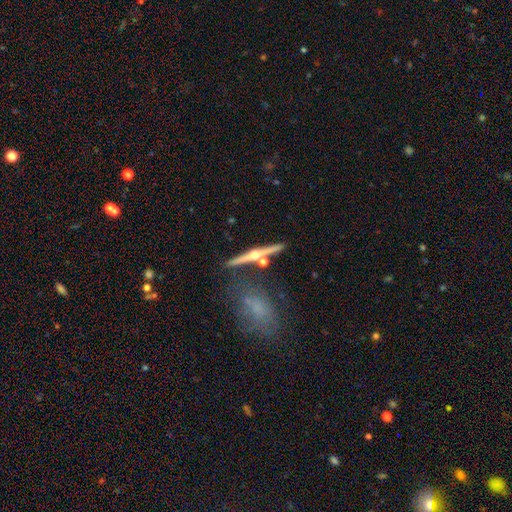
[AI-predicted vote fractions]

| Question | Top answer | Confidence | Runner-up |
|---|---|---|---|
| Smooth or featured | featured or disk | 74% | smooth (18%) |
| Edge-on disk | yes | 96% | no (4%) |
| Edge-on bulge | rounded | 93% | none (4%) |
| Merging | none | 78% | merger (10%) |